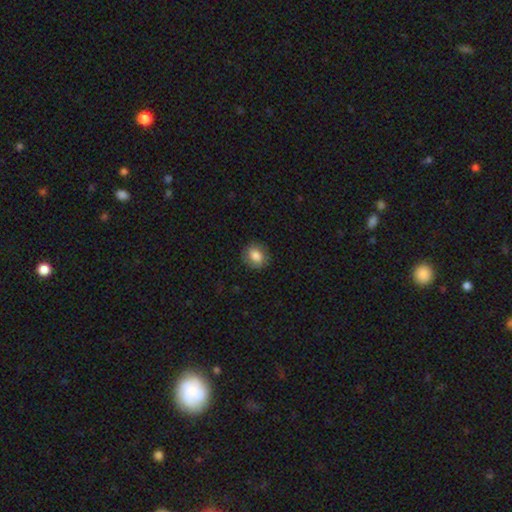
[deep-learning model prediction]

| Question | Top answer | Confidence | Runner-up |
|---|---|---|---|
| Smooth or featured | smooth | 82% | featured or disk (10%) |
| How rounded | round | 64% | in between (35%) |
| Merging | none | 85% | minor disturbance (11%) |